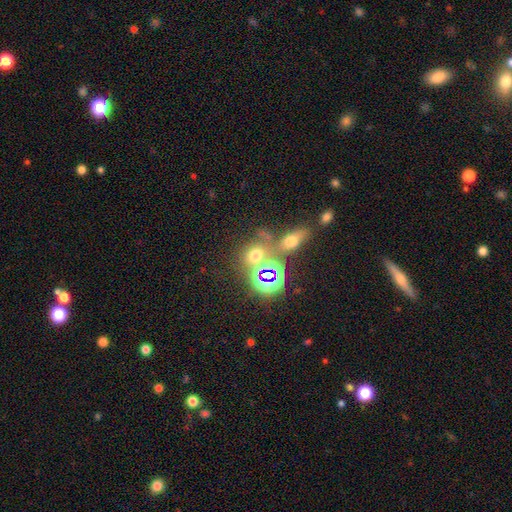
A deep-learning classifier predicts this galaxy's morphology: Q: Smooth or featured?
A: smooth (52%); runner-up: star or artifact (37%)
Q: How rounded?
A: round (53%); runner-up: in between (44%)
Q: Merging?
A: none (55%); runner-up: merger (29%)